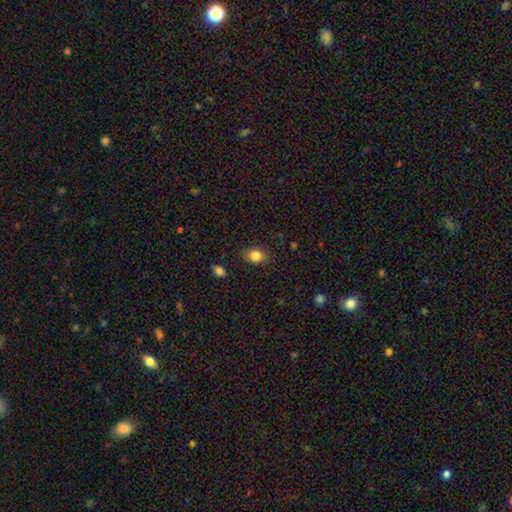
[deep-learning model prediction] Smooth or featured?
  - smooth: 84% *
  - star or artifact: 10%
  - featured or disk: 6%
How rounded?
  - in between: 59% *
  - round: 40%
  - cigar-shaped: 1%
Merging?
  - none: 85% *
  - minor disturbance: 11%
  - major disturbance: 3%
  - merger: 1%